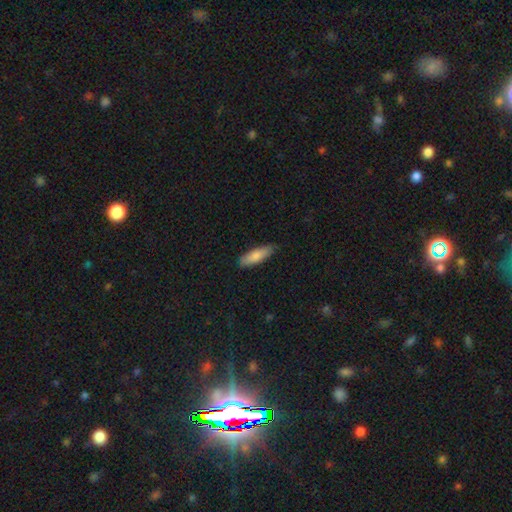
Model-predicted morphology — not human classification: Smooth or featured: smooth — 81% (featured or disk — 13%)
How rounded: cigar-shaped — 58% (in between — 40%)
Merging: none — 86% (minor disturbance — 11%)